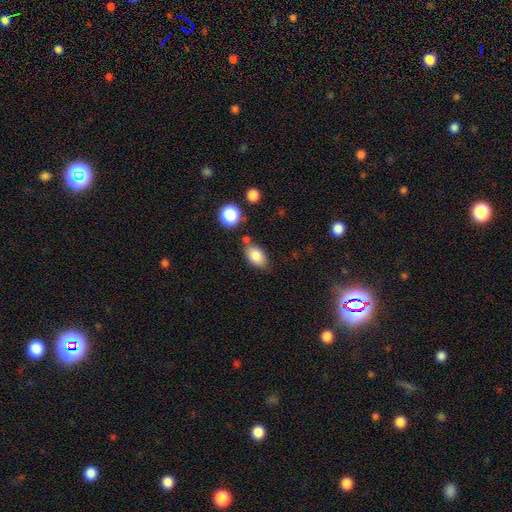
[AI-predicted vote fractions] Smooth or featured: smooth — 83% (star or artifact — 8%)
How rounded: in between — 87% (round — 11%)
Merging: none — 70% (minor disturbance — 17%)